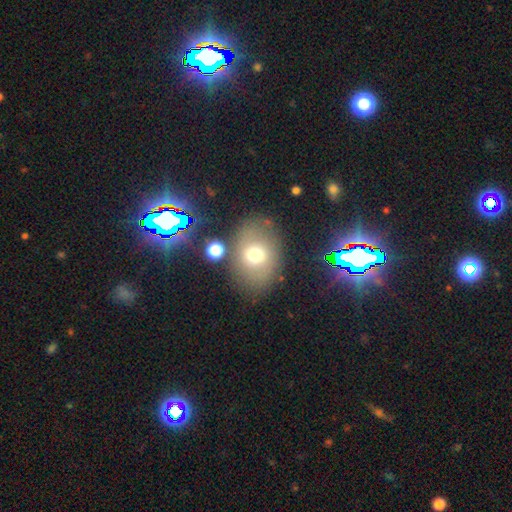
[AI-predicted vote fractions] Morphology: type=smooth (43%); merging=none (81%).